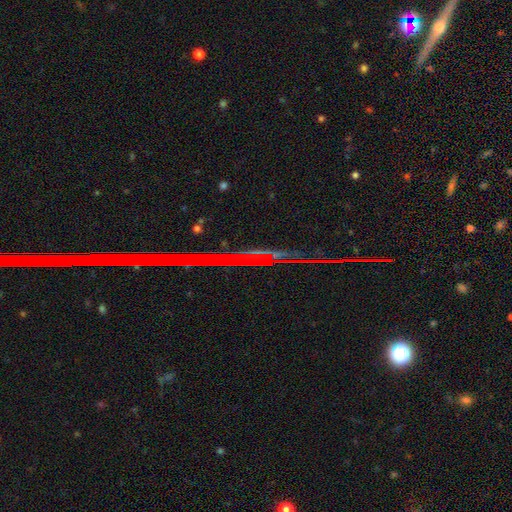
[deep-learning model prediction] Morphology: type=star or artifact (56%).